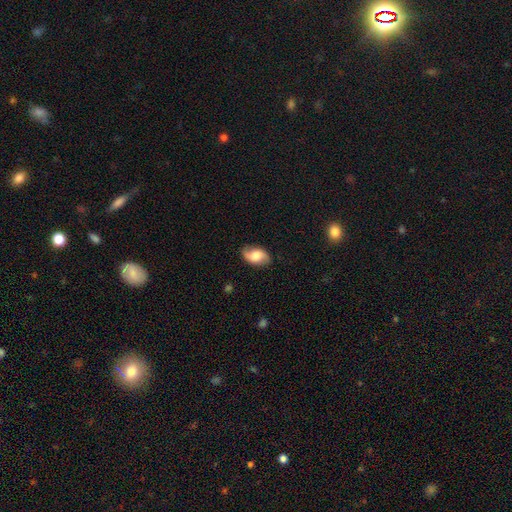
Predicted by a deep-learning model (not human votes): Overall: featured or disk (51%; smooth 41%). Edge-on disk: no (94%). Merging: none (80%).